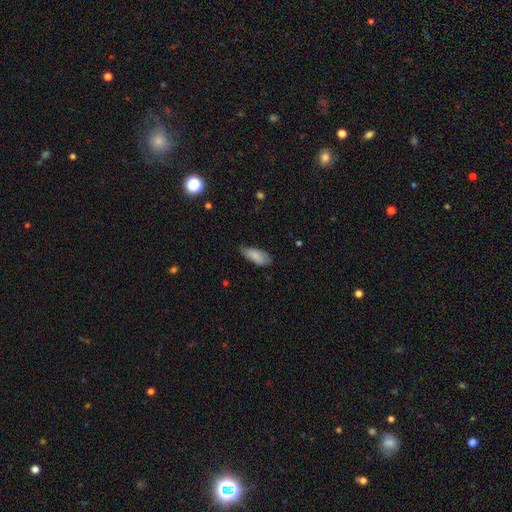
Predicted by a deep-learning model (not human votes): Overall: smooth (79%). How rounded: in between (85%). Merging: none (59%; minor disturbance 33%).